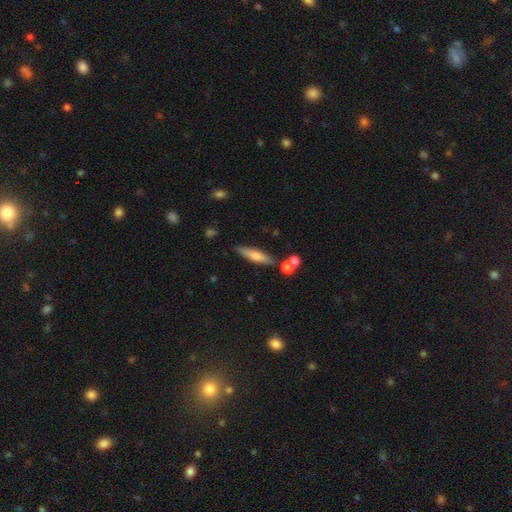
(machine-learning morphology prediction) This is likely a smooth galaxy (65%). How rounded: likely cigar-shaped (73%). Merging: likely none (77%).